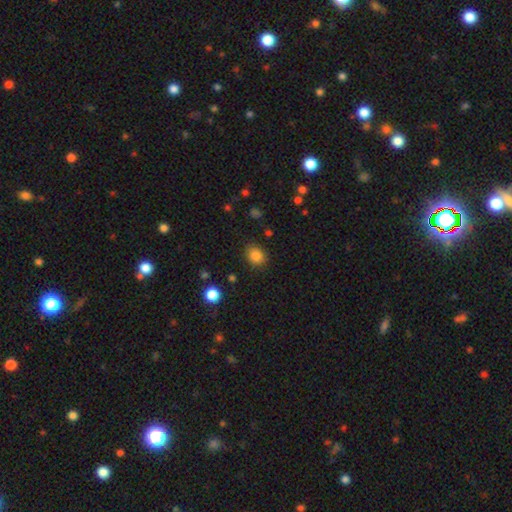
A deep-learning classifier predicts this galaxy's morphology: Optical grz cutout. It shows a smooth galaxy with no disk features (84%) that is round (61%). Merging: none (85%).